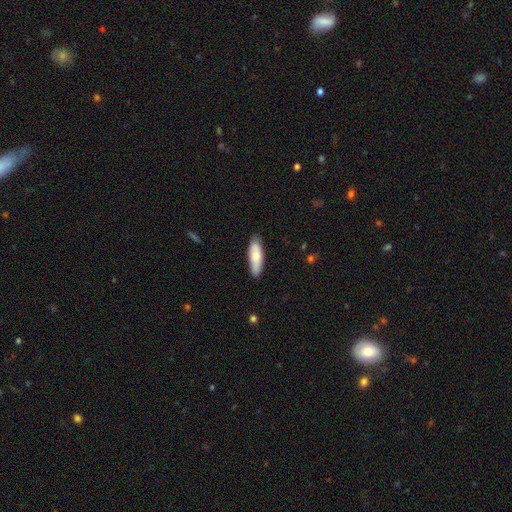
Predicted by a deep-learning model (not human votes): Smooth or featured?
  - smooth: 80% *
  - featured or disk: 15%
  - star or artifact: 5%
How rounded?
  - in between: 49% * (tied)
  - cigar-shaped: 49% * (tied)
  - round: 2%
Merging?
  - none: 84% *
  - minor disturbance: 13%
  - major disturbance: 2%
  - merger: 1%